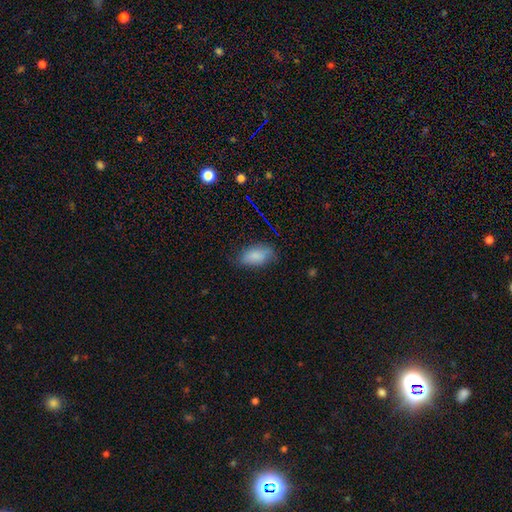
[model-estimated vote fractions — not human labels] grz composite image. It shows a smooth galaxy with no disk features (82%) that is in between round and cigar-shaped (91%). Merging: none (71%).